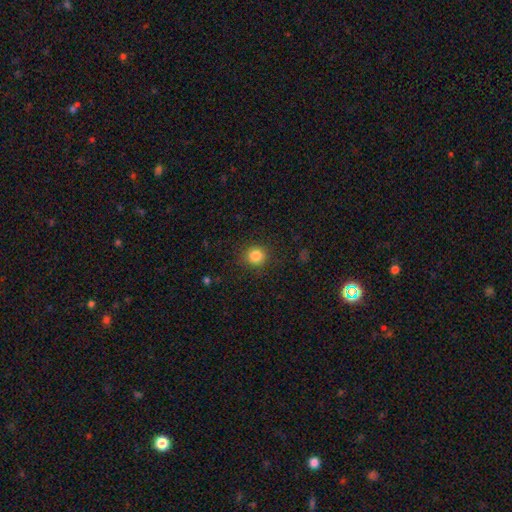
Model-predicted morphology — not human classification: smooth 84%, star or artifact 11%, featured or disk 4%. Down the decision tree: how rounded — round (92%); merging — none (89%).